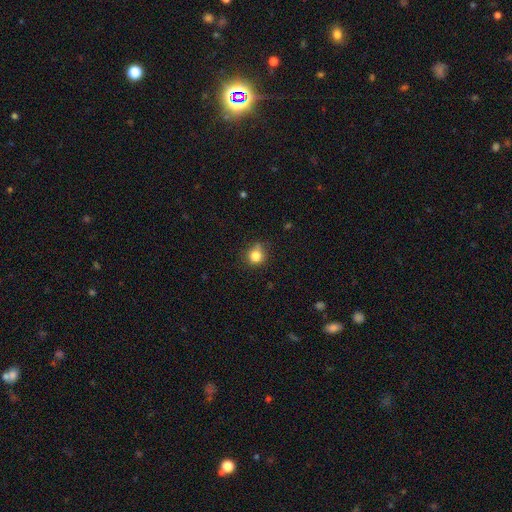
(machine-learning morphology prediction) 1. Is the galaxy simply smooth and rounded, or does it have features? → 82% smooth, 12% star or artifact, 6% featured or disk.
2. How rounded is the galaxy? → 84% round, 15% in between, 1% cigar-shaped.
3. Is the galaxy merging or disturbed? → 69% none, 23% minor disturbance, 5% major disturbance, 3% merger.